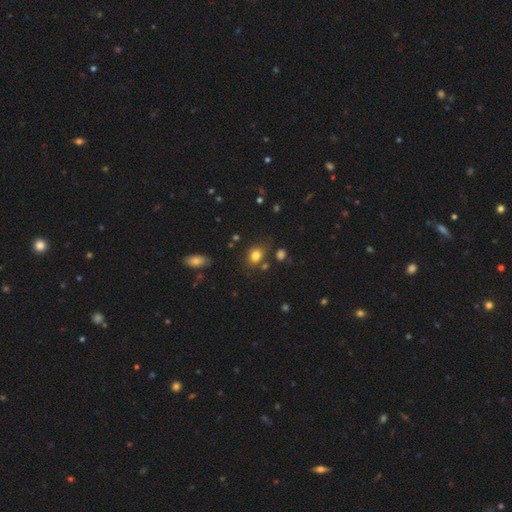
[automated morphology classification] Q: Smooth or featured?
A: smooth (80%); runner-up: star or artifact (12%)
Q: How rounded?
A: in between (55%); runner-up: round (44%)
Q: Merging?
A: none (72%); runner-up: minor disturbance (16%)